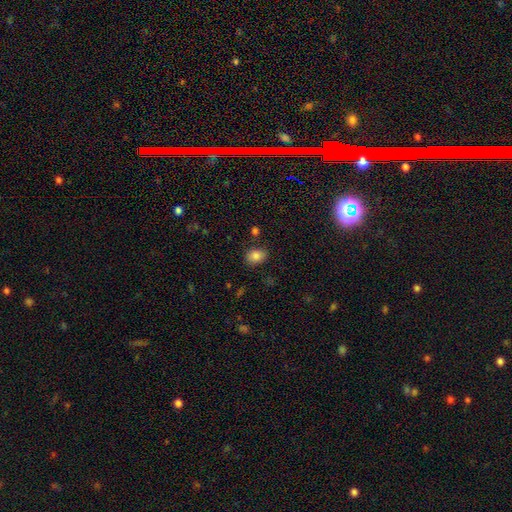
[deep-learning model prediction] This appears to be a smooth galaxy with no disk features (84%) that is in between round and cigar-shaped (65%). Merging: none (81%).